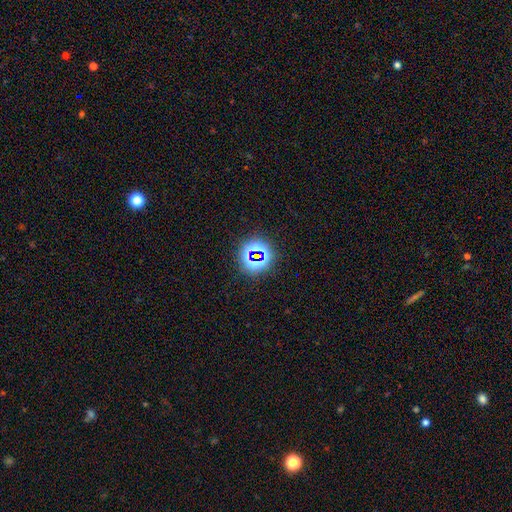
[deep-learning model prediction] Smooth or featured?
  - star or artifact: 68% *
  - smooth: 22%
  - featured or disk: 9%